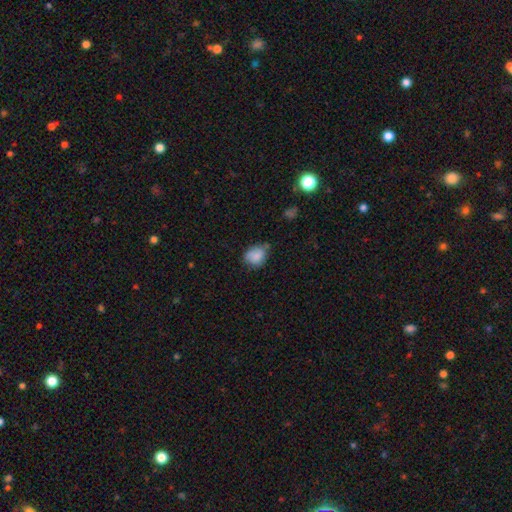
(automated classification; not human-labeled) smooth_or_featured: smooth (p=0.83) [alt: star or artifact p=0.08]
how_rounded: round (p=0.50) [alt: in between p=0.49]
merging: none (p=0.50) [alt: minor disturbance p=0.36]